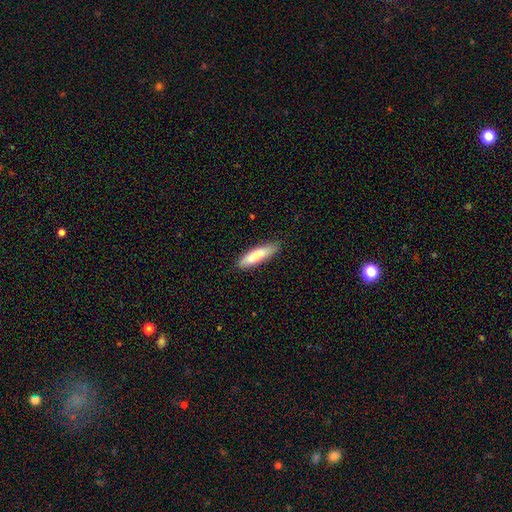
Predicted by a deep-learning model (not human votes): Q: Smooth or featured?
A: smooth (80%); runner-up: featured or disk (14%)
Q: How rounded?
A: cigar-shaped (74%); runner-up: in between (25%)
Q: Merging?
A: none (80%); runner-up: minor disturbance (16%)